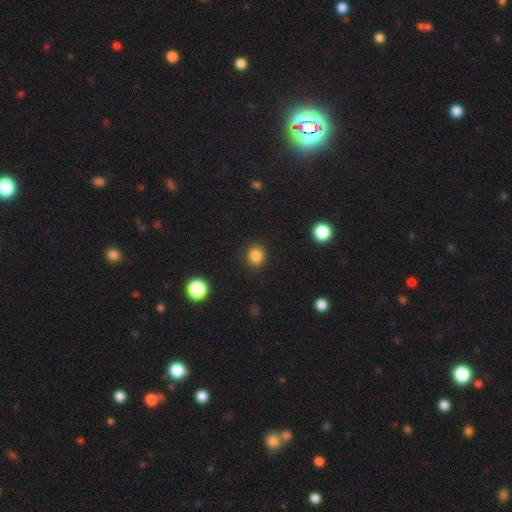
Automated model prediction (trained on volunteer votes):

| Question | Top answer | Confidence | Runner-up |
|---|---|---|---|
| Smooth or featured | smooth | 85% | star or artifact (11%) |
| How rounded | round | 88% | in between (11%) |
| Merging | none | 91% | minor disturbance (6%) |